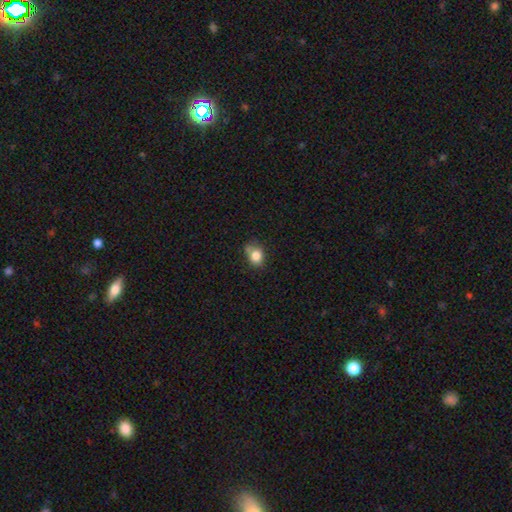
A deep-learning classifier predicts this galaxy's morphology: smooth-or-featured: smooth: 81% | star or artifact: 11% | featured or disk: 8%
  how-rounded: round: 55% | in between: 44% | cigar-shaped: 1%
  merging: none: 56% | minor disturbance: 25% | merger: 12% | major disturbance: 7%